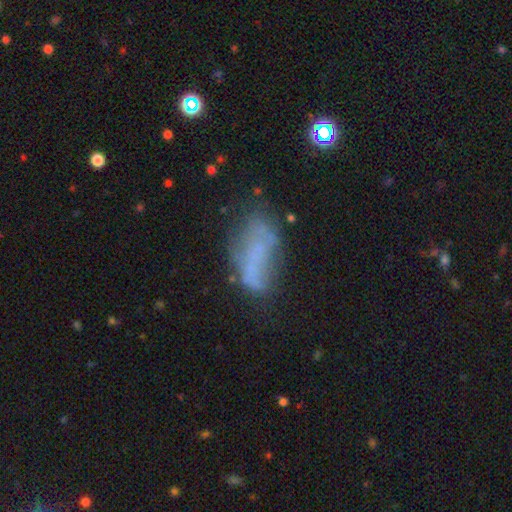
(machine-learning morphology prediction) Smooth or featured? smooth (44%)
Merging? none (44%)